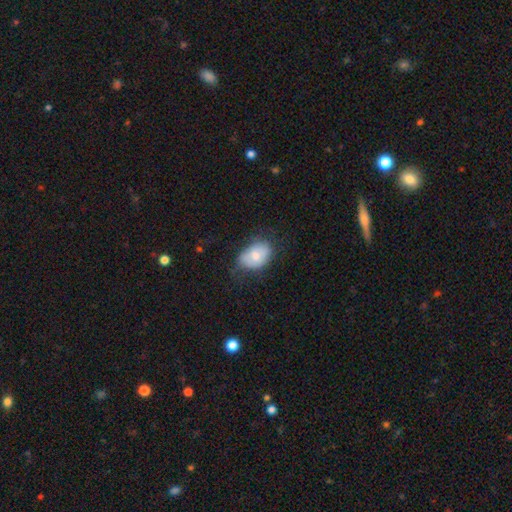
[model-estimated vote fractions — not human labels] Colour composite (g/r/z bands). It shows a smooth galaxy with no disk features (72%) that is in between round and cigar-shaped (83%). Merging: none (60%).